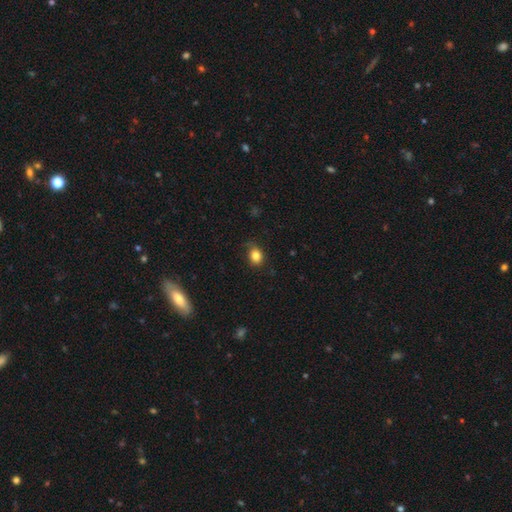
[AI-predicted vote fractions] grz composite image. It shows a smooth galaxy with no disk features (84%) that is round (51%). Merging: none (77%).